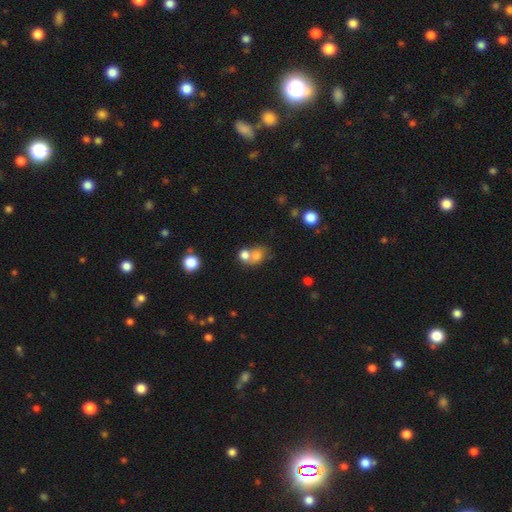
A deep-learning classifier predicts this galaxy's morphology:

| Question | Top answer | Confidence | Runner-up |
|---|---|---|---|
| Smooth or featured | smooth | 72% | featured or disk (15%) |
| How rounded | round | 60% | in between (38%) |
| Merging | merger | 58% | none (30%) |